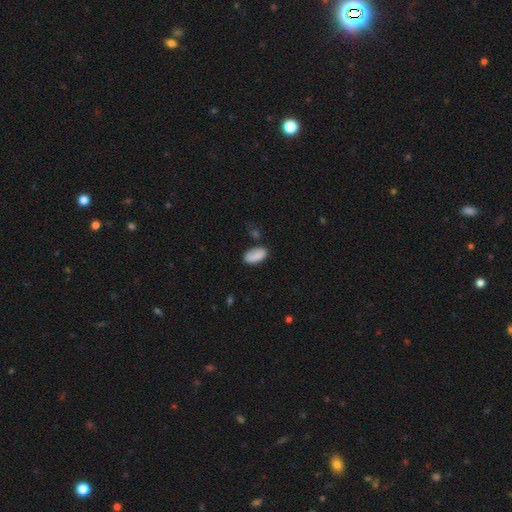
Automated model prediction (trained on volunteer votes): A smooth galaxy with no disk features (84%) that is in between round and cigar-shaped (94%).

Vote fractions:
- Smooth or featured? smooth: 84% / featured or disk: 9% / star or artifact: 7%
- How rounded? in between: 94% / round: 3% / cigar-shaped: 3%
- Merging? none: 70% / minor disturbance: 21% / major disturbance: 5% / merger: 5%